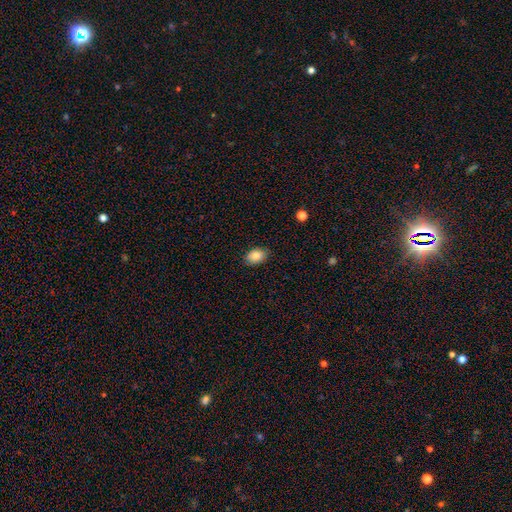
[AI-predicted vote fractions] Morphology: type=smooth (87%); roundness=in between (83%); merging=none (86%).